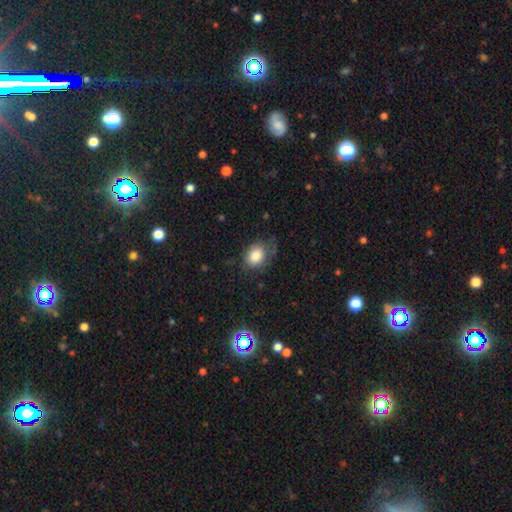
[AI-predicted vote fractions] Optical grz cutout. It shows a smooth galaxy with no disk features (81%) that is in between round and cigar-shaped (61%). Merging: none (55%).